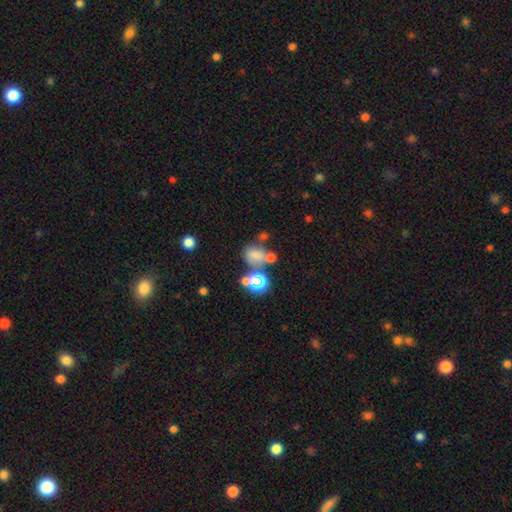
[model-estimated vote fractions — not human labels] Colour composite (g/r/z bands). It shows a smooth galaxy with no disk features (63%) that is in between round and cigar-shaped (54%). Merging: none (41%).